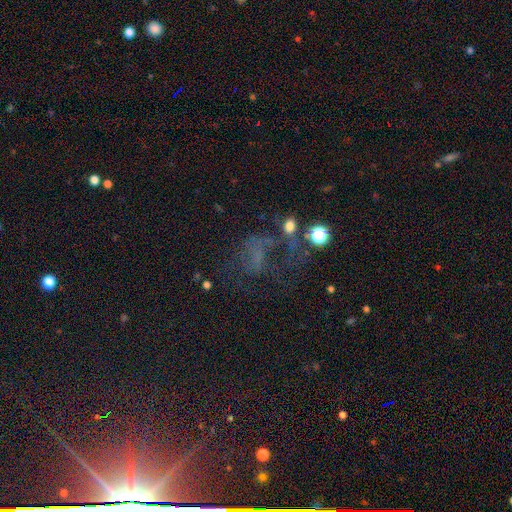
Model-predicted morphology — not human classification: star or artifact 43%, featured or disk 32%, smooth 25%.